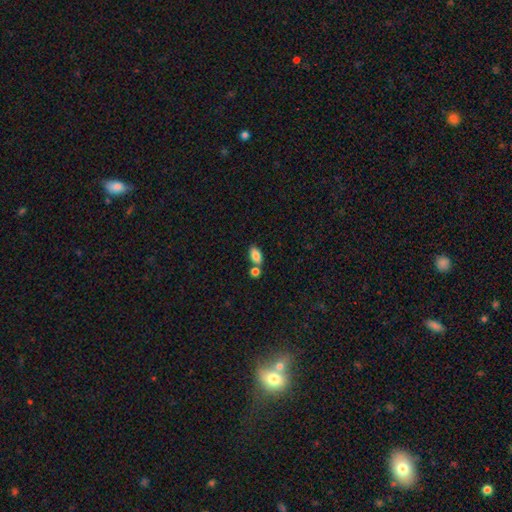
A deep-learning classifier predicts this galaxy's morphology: The model was most divided on "merging": none: 57%, merger: 28%, minor disturbance: 11%, major disturbance: 3%. More confident: how rounded — in between (90%); smooth or featured — smooth (82%).